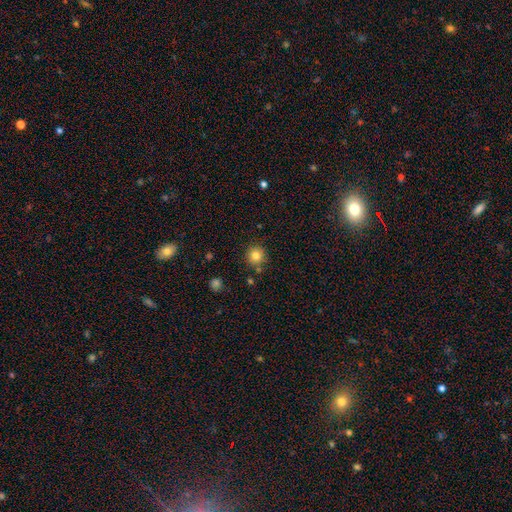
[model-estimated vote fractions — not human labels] Morphology: type=smooth (81%); roundness=round (93%); merging=none (83%).